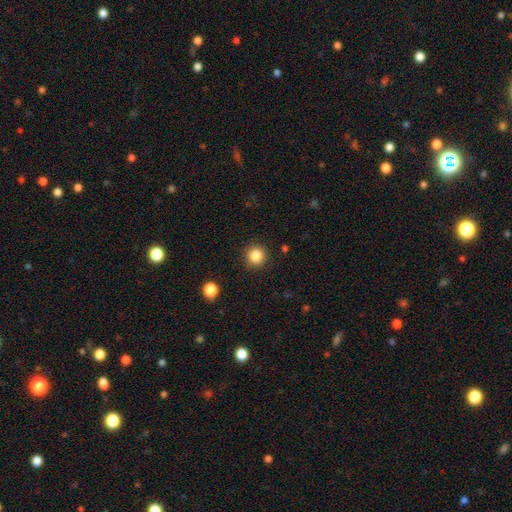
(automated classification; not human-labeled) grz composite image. It shows a smooth galaxy with no disk features (85%) that is round (95%). Merging: none (91%).